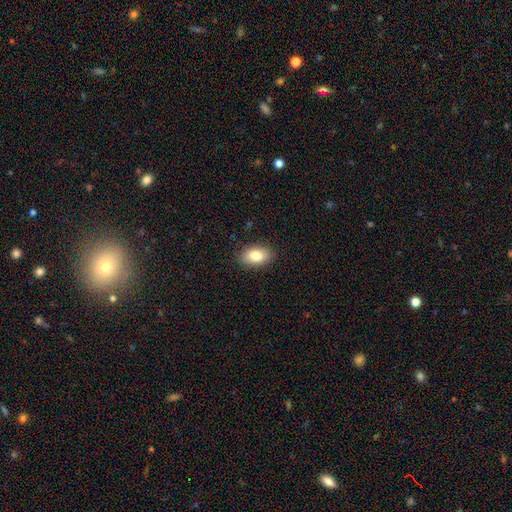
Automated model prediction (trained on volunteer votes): Smooth or featured?
  - smooth: 84% *
  - featured or disk: 8%
  - star or artifact: 8%
How rounded?
  - in between: 90% *
  - round: 8%
  - cigar-shaped: 2%
Merging?
  - none: 88% *
  - minor disturbance: 9%
  - major disturbance: 2%
  - merger: 1%